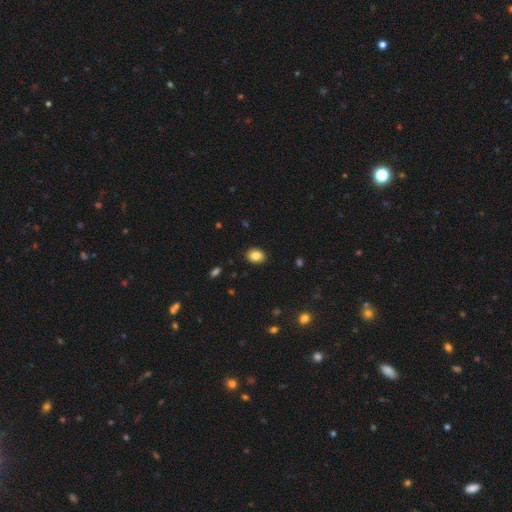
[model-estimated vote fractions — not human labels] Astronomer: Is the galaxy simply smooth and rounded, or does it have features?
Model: smooth — 87%.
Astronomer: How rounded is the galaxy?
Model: in between — 60% (runner-up: round, 39%).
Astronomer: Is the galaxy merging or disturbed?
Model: none — 90%.